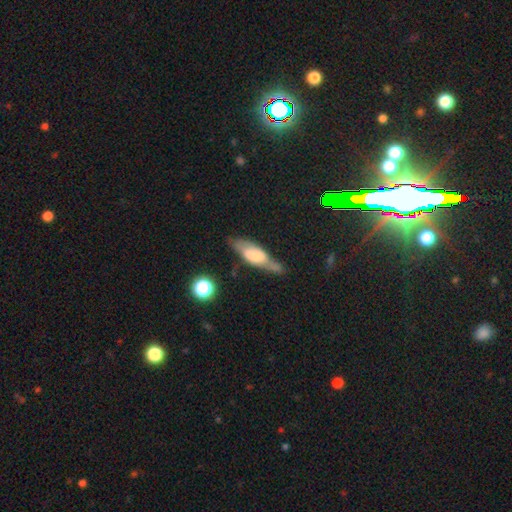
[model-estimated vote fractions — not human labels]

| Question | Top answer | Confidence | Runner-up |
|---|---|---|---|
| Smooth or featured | featured or disk | 48% | smooth (45%) |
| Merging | none | 61% | minor disturbance (24%) |